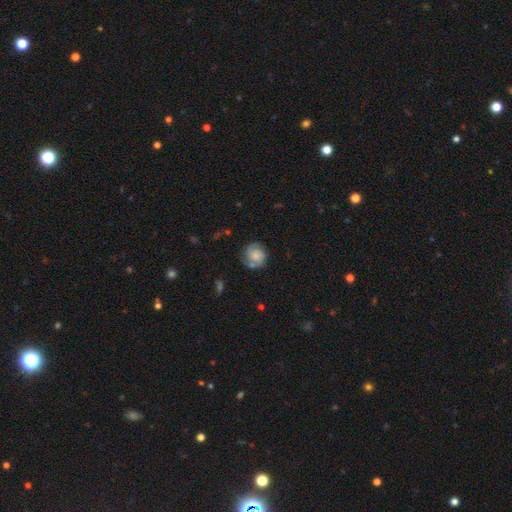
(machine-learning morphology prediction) This appears to be a smooth galaxy with no disk features (57%) that is round (87%). Merging: none (68%).